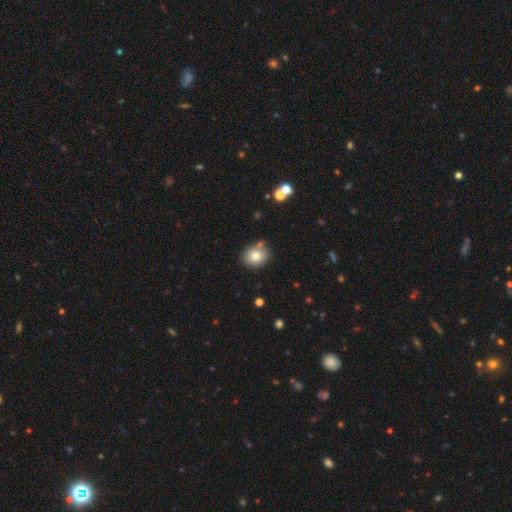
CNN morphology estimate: This appears to be a smooth galaxy with no disk features (77%) that is round (71%). Merging: none (75%).